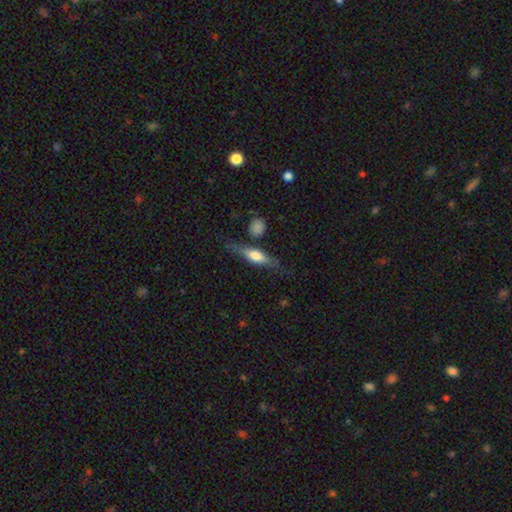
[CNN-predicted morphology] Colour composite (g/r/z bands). It shows a smooth galaxy with no disk features (47%, tied with featured or disk). Merging: none (68%).